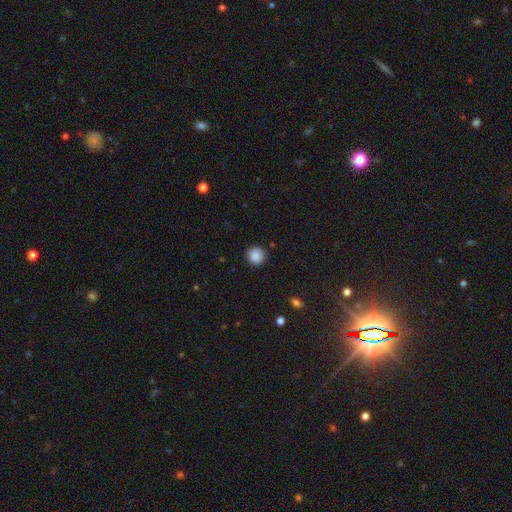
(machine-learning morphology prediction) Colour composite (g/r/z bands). It shows a smooth galaxy with no disk features (88%) that is round (95%). Merging: none (91%).